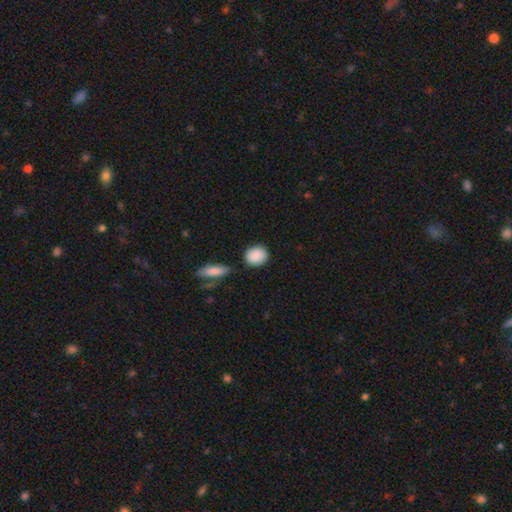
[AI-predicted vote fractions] A smooth galaxy with no disk features (89%) that is round (68%). Merging: none (80%).